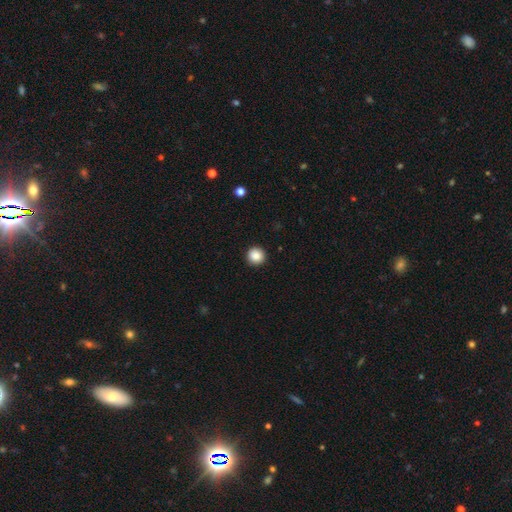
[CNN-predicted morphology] type=smooth (87%); roundness=round (94%); merging=none (93%).